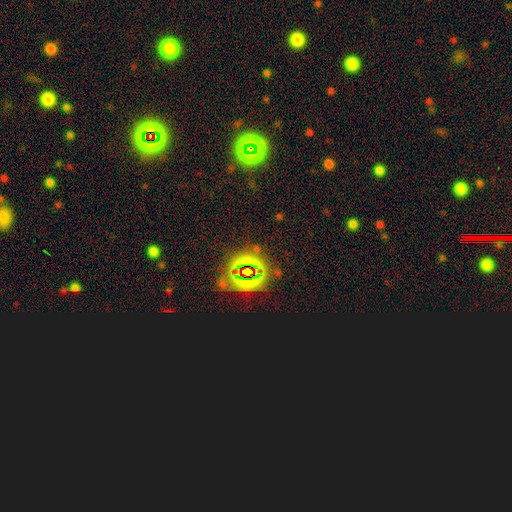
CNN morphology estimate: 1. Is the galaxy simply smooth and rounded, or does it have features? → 78% star or artifact, 13% smooth, 9% featured or disk.